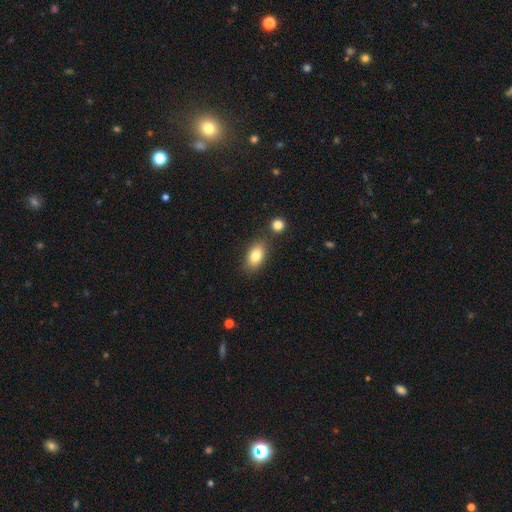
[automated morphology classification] Q: Smooth or featured?
A: smooth (82%); runner-up: featured or disk (10%)
Q: How rounded?
A: in between (89%); runner-up: round (8%)
Q: Merging?
A: none (77%); runner-up: minor disturbance (13%)